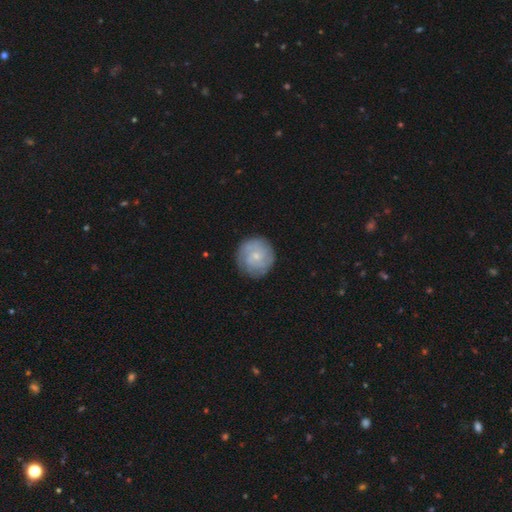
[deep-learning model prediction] smooth_or_featured: featured or disk (p=0.52) [alt: smooth p=0.41]
disk_edge_on: no (p=0.98) [alt: yes p=0.02]
bar: no (p=0.78) [alt: weak p=0.20]
has_spiral_arms: yes (p=0.82) [alt: no p=0.18]
bulge_size: small (p=0.73) [alt: moderate p=0.21]
merging: none (p=0.83) [alt: minor disturbance p=0.12]